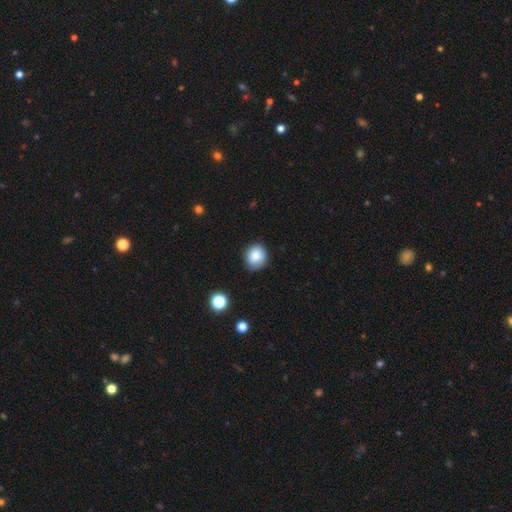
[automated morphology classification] type=smooth (80%); roundness=round (74%); merging=none (77%).